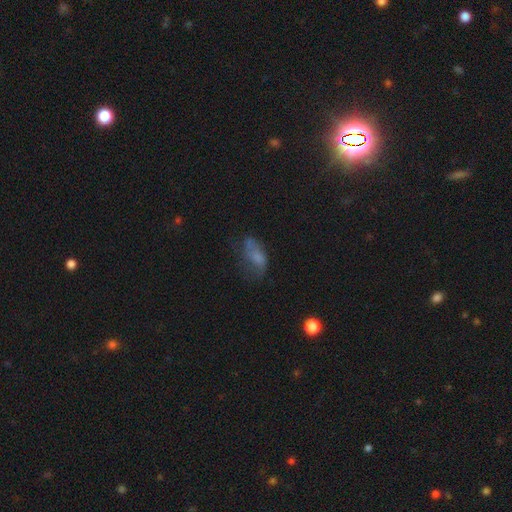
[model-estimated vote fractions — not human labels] smooth 58%, featured or disk 28%, star or artifact 14%. Down the decision tree: how rounded — in between (86%); merging — none (38%).